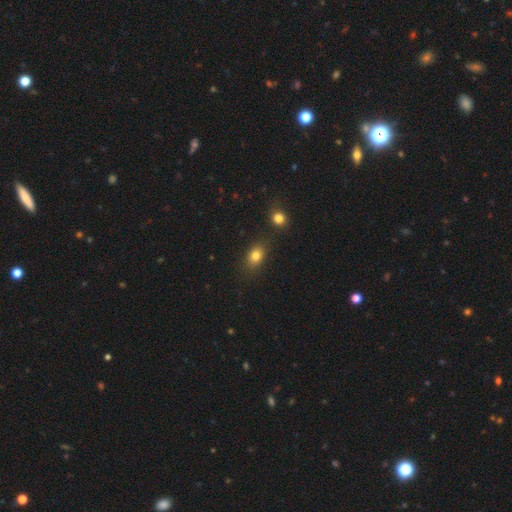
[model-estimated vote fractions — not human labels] Smooth or featured? Predicted: smooth (p=0.80). How rounded? Predicted: in between (p=0.67). Merging? Predicted: none (p=0.77).